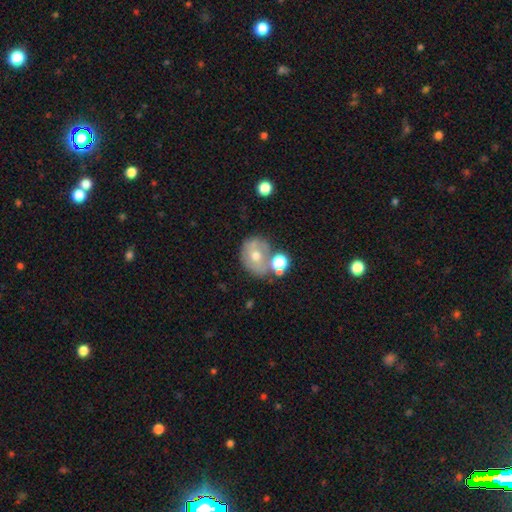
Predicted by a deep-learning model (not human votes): The model was most divided on "smooth or featured": smooth: 50%, featured or disk: 36%, star or artifact: 13%. Remaining: how rounded — round (62%); merging — none (49%).